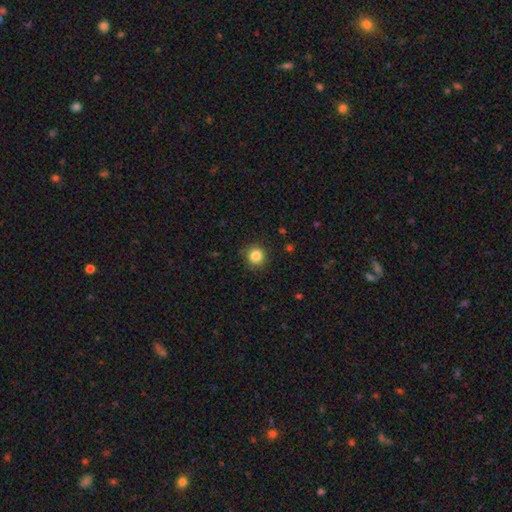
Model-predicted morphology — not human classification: Smooth or featured: smooth — 85% (star or artifact — 11%)
How rounded: round — 93% (in between — 6%)
Merging: none — 88% (minor disturbance — 9%)